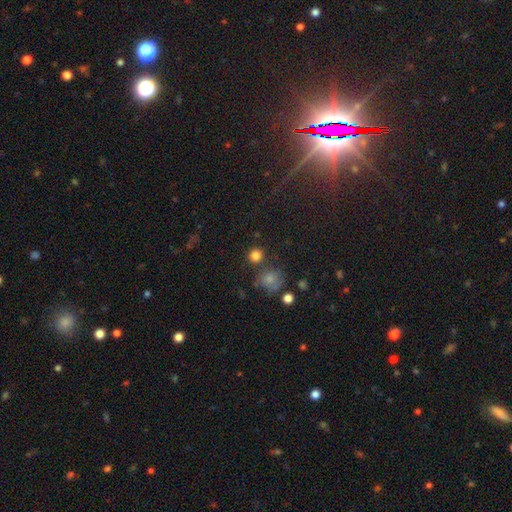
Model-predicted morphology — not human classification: smooth_or_featured: smooth (p=0.82) [alt: star or artifact p=0.13]
how_rounded: round (p=0.89) [alt: in between p=0.10]
merging: none (p=0.76) [alt: merger p=0.11]